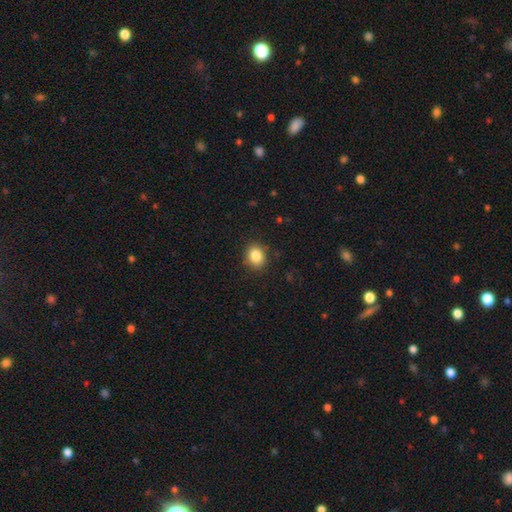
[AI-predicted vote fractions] The model was most divided on "how rounded": round: 60%, in between: 39%, cigar-shaped: 1%. More confident: merging — none (87%); smooth or featured — smooth (85%).